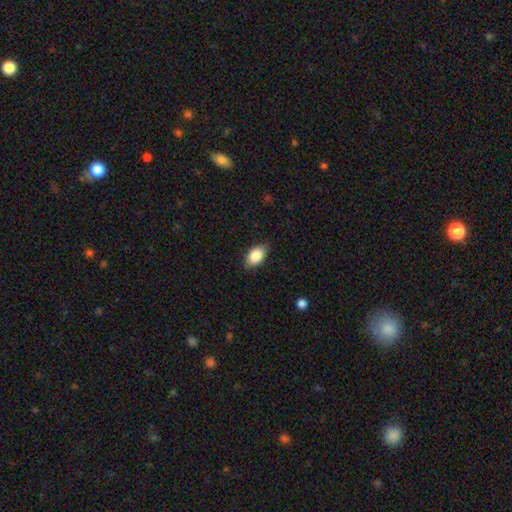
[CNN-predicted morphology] Smooth or featured?
  - smooth: 87% *
  - star or artifact: 7%
  - featured or disk: 7%
How rounded?
  - in between: 91% *
  - round: 8%
  - cigar-shaped: 2%
Merging?
  - none: 82% *
  - minor disturbance: 14%
  - major disturbance: 3%
  - merger: 1%